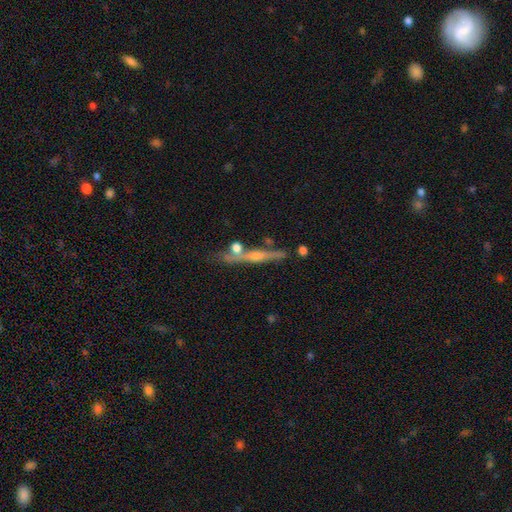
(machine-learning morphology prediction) type=featured or disk (61%); edge-on=yes (84%); edge-on bulge=rounded (71%); merging=none (63%).